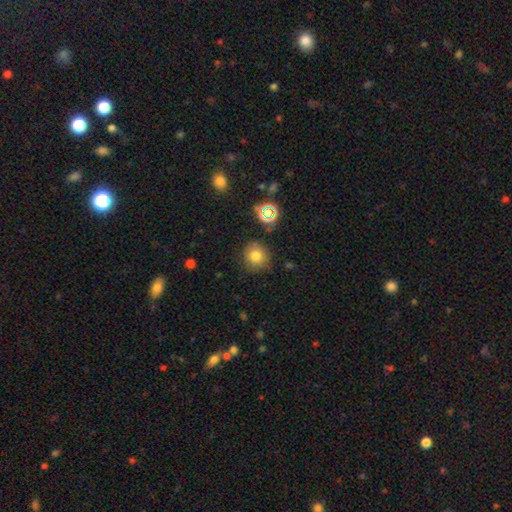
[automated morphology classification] Overall: smooth (75%). How rounded: round (87%). Merging: none (81%).